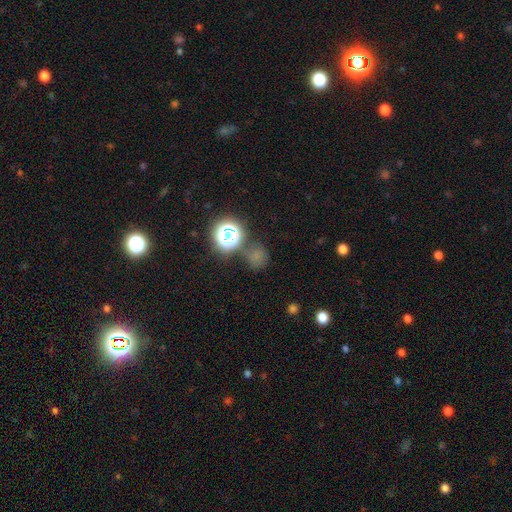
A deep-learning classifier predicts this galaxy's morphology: type=smooth (57%); roundness=round (83%); merging=none (65%).